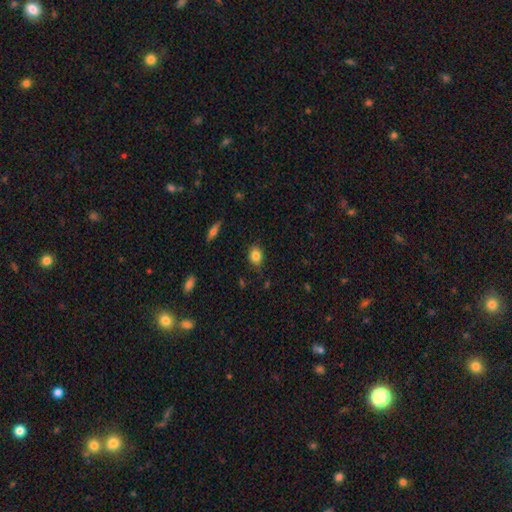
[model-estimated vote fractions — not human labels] A smooth galaxy with no disk features (84%) that is in between round and cigar-shaped (64%). Merging: none (81%).